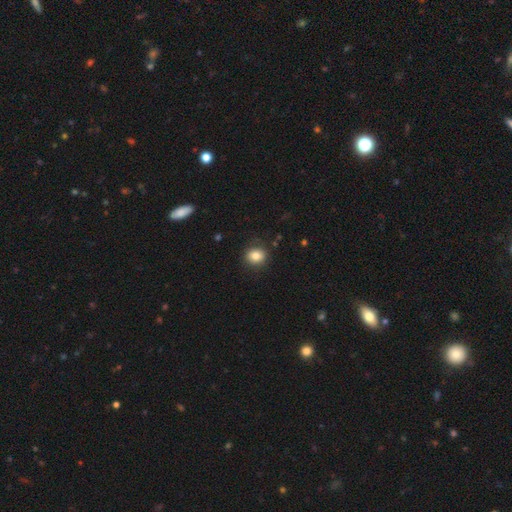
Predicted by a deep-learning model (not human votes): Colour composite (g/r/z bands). It shows a smooth galaxy with no disk features (83%) that is round (67%). Merging: none (84%).